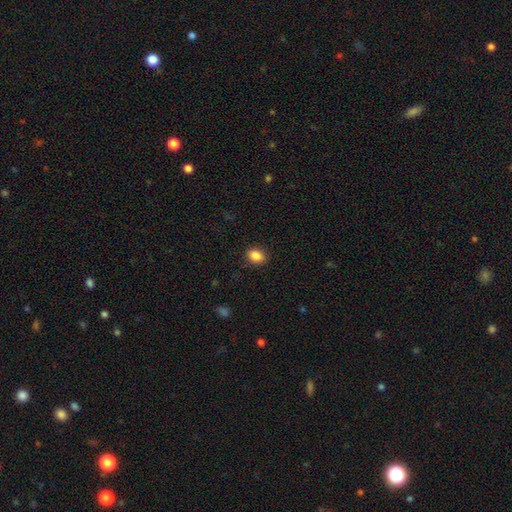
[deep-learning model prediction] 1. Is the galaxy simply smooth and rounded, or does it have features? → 88% smooth, 9% star or artifact, 4% featured or disk.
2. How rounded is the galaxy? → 69% in between, 30% round, 1% cigar-shaped.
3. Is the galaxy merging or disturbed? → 87% none, 9% minor disturbance, 3% major disturbance, 1% merger.